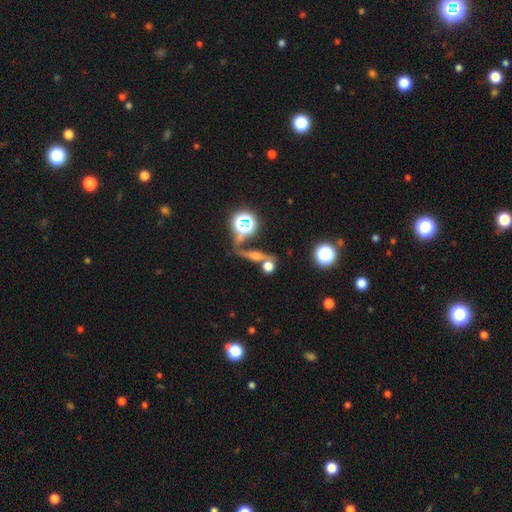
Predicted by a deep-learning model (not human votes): smooth 36%, featured or disk 34%, star or artifact 29%. Down the decision tree: merging — none (52%).